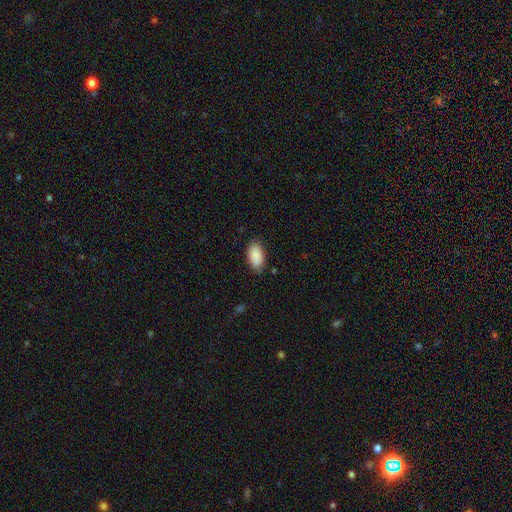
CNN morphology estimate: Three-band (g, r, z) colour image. It shows a smooth galaxy with no disk features (90%) that is in between round and cigar-shaped (94%). Merging: none (82%).